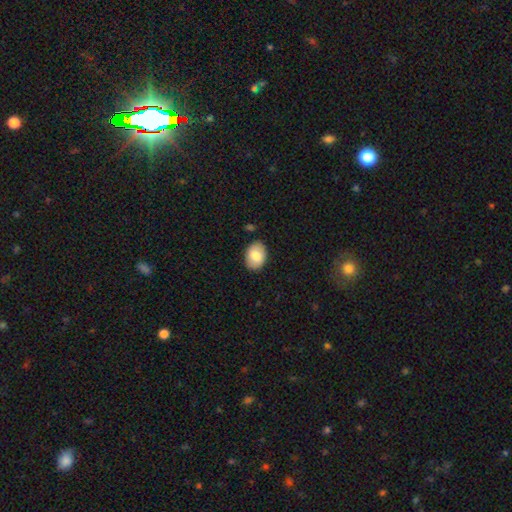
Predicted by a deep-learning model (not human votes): The model was most divided on "how rounded": in between: 78%, round: 21%, cigar-shaped: 1%. More confident: merging — none (86%); smooth or featured — smooth (78%).